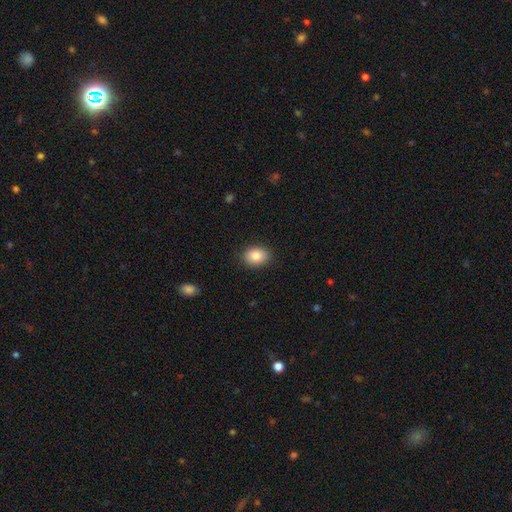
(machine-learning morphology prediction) Smooth or featured: smooth — 85% (star or artifact — 8%)
How rounded: in between — 65% (round — 34%)
Merging: none — 89% (minor disturbance — 8%)